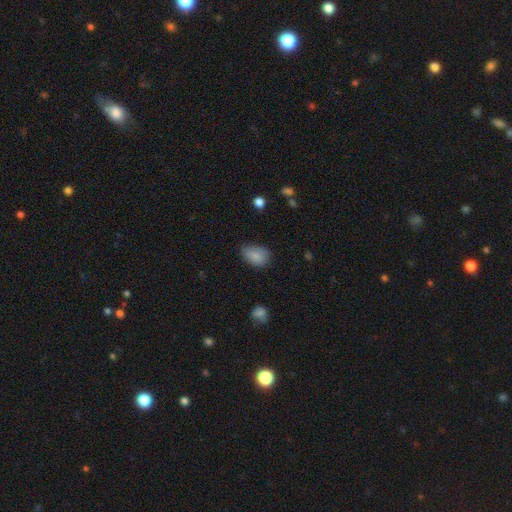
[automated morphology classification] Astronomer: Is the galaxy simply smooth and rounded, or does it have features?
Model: smooth — 84%.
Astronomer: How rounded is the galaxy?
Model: in between — 85%.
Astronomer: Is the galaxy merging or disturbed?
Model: none — 65%.